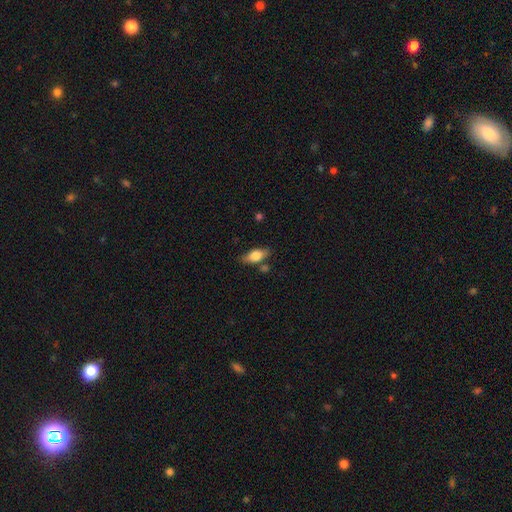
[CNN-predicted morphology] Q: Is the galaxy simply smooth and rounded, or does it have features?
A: smooth — 73%.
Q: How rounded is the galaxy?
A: in between — 81%.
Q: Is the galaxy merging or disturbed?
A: none — 73%.